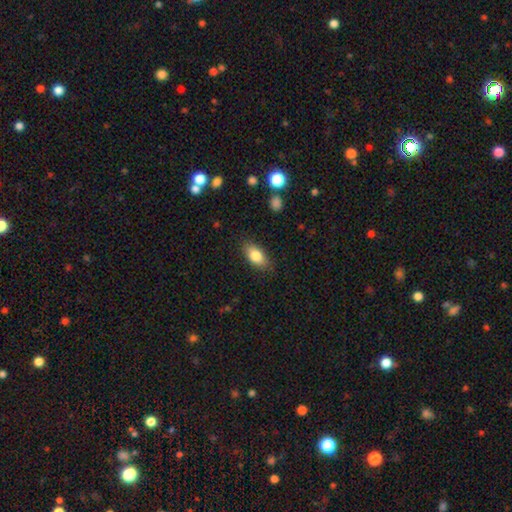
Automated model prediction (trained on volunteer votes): Smooth or featured: smooth — 82% (featured or disk — 11%)
How rounded: in between — 89% (cigar-shaped — 6%)
Merging: none — 83% (minor disturbance — 13%)